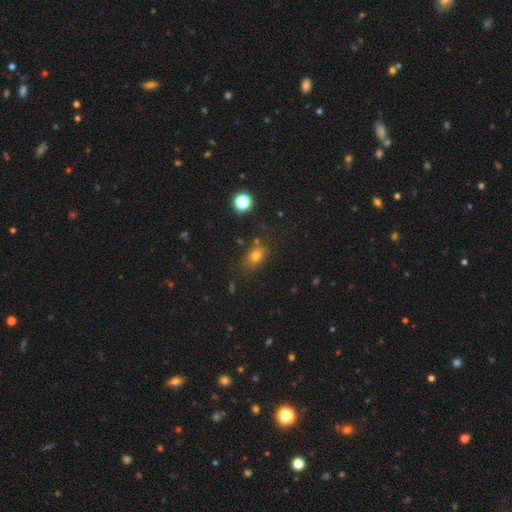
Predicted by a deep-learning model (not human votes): The model was most divided on "how rounded": in between: 68%, round: 30%, cigar-shaped: 2%. More confident: merging — none (76%); smooth or featured — smooth (73%).